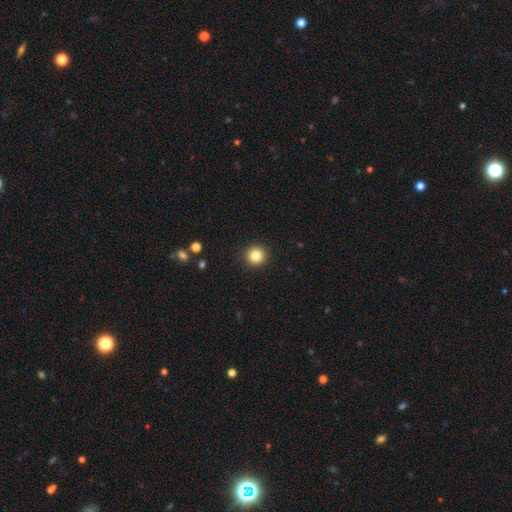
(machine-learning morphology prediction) The model was most divided on "smooth or featured": smooth: 84%, star or artifact: 11%, featured or disk: 6%. More confident: how rounded — round (95%); merging — none (93%).